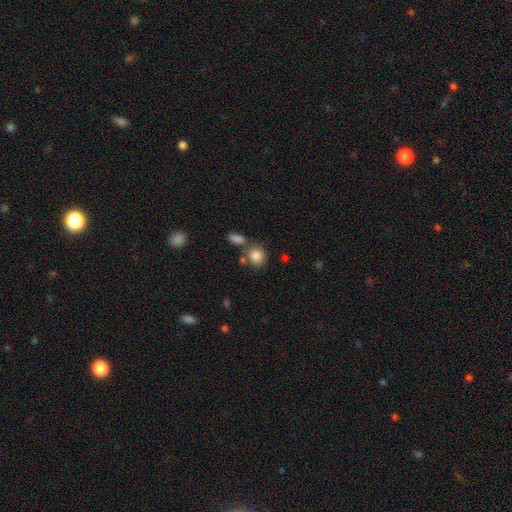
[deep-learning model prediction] Smooth or featured?
  - smooth: 84% *
  - star or artifact: 9%
  - featured or disk: 6%
How rounded?
  - round: 77% *
  - in between: 22%
  - cigar-shaped: 1%
Merging?
  - none: 66% *
  - merger: 18%
  - minor disturbance: 12%
  - major disturbance: 4%